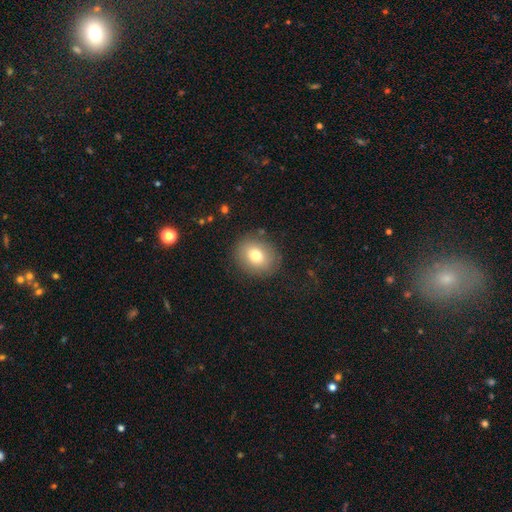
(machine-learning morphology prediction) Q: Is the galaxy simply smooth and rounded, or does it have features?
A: smooth — 76%.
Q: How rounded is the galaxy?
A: round — 65%.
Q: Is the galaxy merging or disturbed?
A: none — 85%.